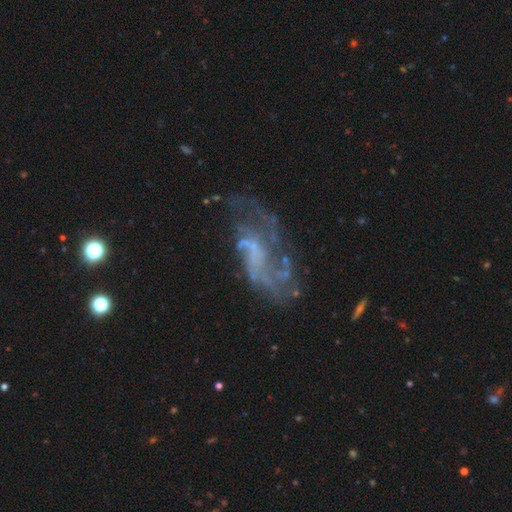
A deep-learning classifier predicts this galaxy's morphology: A featured or disk galaxy (77%) with no bar (58%), 2 (33%) loose (45%) spiral arms (80%) and no central bulge (61%).

Vote fractions:
- Smooth or featured? featured or disk: 77% / star or artifact: 11% / smooth: 11%
- Edge-on disk? no: 96% / yes: 4%
- Bar? no: 58% / weak: 33% / strong: 9%
- Spiral arms? yes: 80% / no: 20%
- Spiral winding? loose: 45% / medium: 36% / tight: 19%
- Spiral arm count? 2: 33% / can't tell: 31% / 1: 15% / 3: 12% / 4: 5% / more than 4: 4%
- Bulge size? none: 61% / small: 23% / moderate: 12% / large: 3% / dominant: 1%
- Merging? none: 44% / major disturbance: 32% / minor disturbance: 20% / merger: 5%